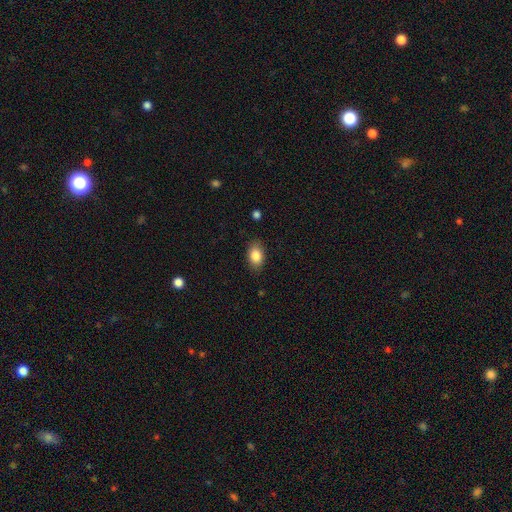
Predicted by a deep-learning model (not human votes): Morphology: type=smooth (85%); roundness=in between (87%); merging=none (85%).